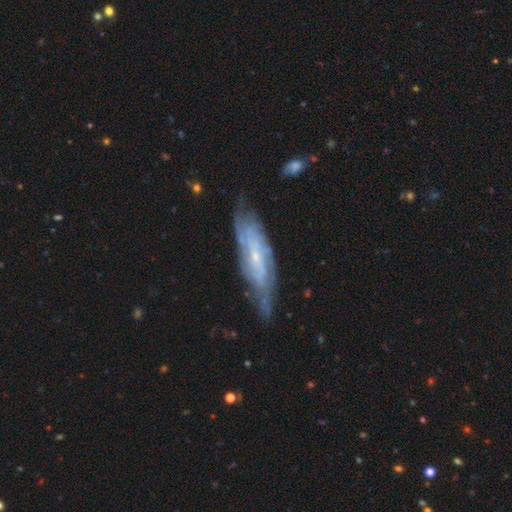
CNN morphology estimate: This appears to be a featured or disk galaxy (79%) with no bar (43%), tight (53%) spiral arms (90%) and a small central bulge (73%). Merging: none (69%).